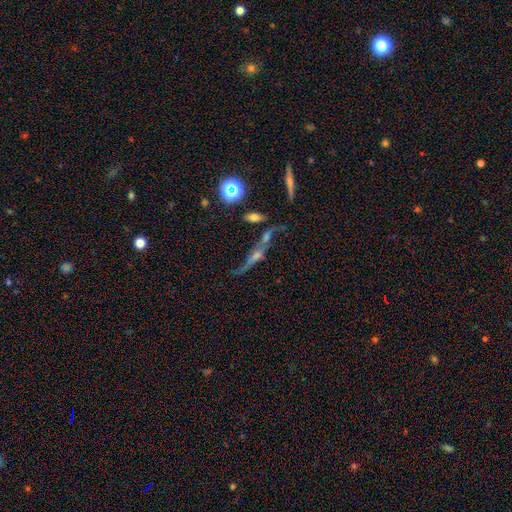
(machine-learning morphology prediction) A featured or disk galaxy (65%) viewed edge-on (57%).

Vote fractions:
- Smooth or featured? featured or disk: 65% / star or artifact: 19% / smooth: 16%
- Edge-on disk? yes: 57% / no: 43%
- Merging? none: 42% / merger: 27% / major disturbance: 16% / minor disturbance: 16%